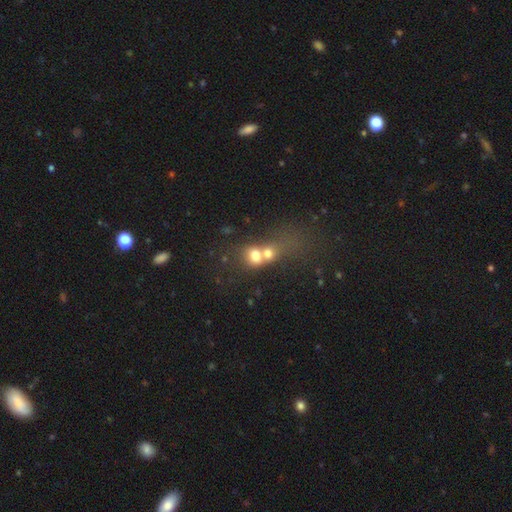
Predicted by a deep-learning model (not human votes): smooth-or-featured: smooth: 65% | featured or disk: 22% | star or artifact: 13%
  how-rounded: round: 57% | in between: 41% | cigar-shaped: 2%
  merging: merger: 74% | none: 16% | major disturbance: 6% | minor disturbance: 5%